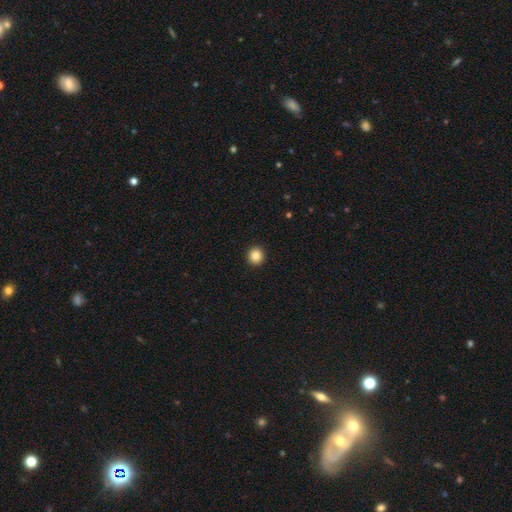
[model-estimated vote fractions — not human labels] A smooth galaxy with no disk features (86%) that is round (93%). Merging: none (94%).